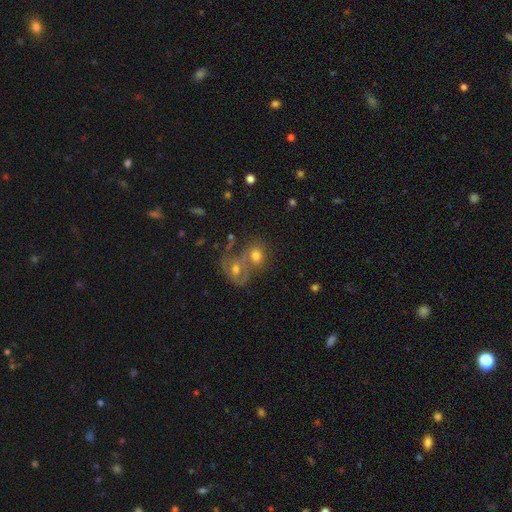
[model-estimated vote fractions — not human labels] A smooth galaxy with no disk features (57%) that is round (58%). Merging: merger (58%).